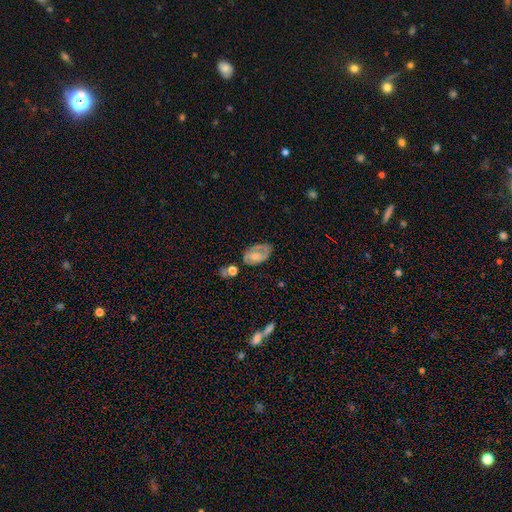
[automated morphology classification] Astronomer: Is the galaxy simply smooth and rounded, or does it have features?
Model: smooth — 46% (runner-up: featured or disk, 45%).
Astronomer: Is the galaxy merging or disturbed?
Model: none — 56%.